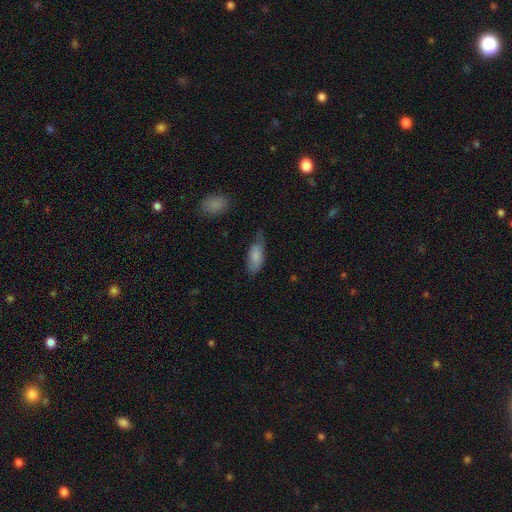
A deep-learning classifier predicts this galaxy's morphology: Overall: smooth (80%). How rounded: in between (84%). Merging: none (49%; minor disturbance 38%).